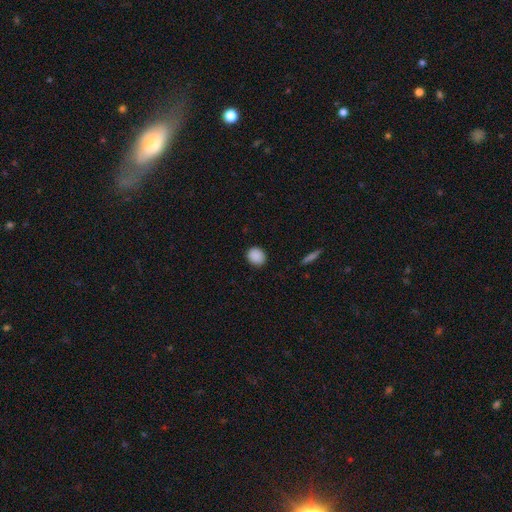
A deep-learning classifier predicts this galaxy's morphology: smooth_or_featured: smooth (p=0.89) [alt: star or artifact p=0.08]
how_rounded: round (p=0.74) [alt: in between p=0.24]
merging: none (p=0.90) [alt: minor disturbance p=0.07]